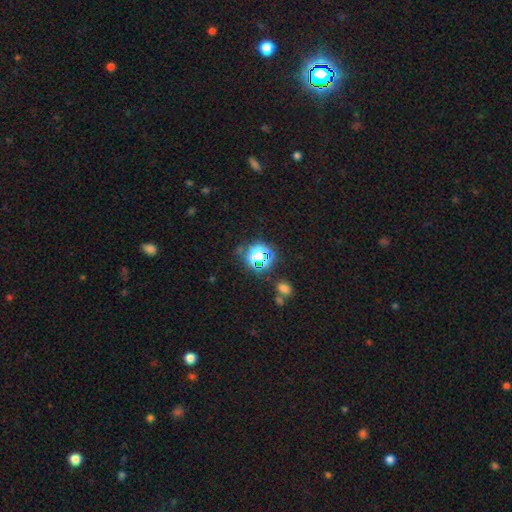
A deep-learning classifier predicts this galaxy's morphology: Smooth or featured?
  - star or artifact: 59% *
  - smooth: 32%
  - featured or disk: 9%